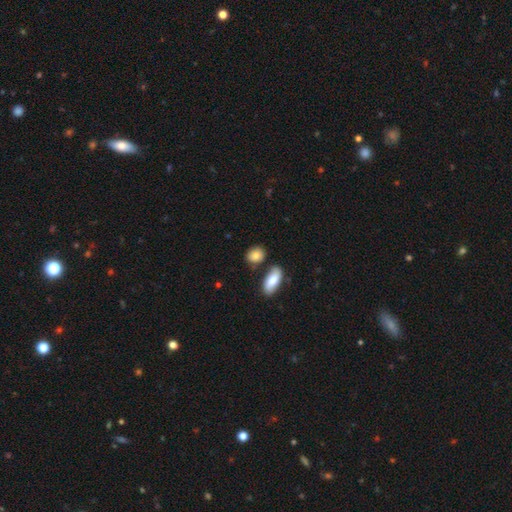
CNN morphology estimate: Smooth or featured? smooth (83%)
How rounded? in between (49%)
Merging? none (71%)